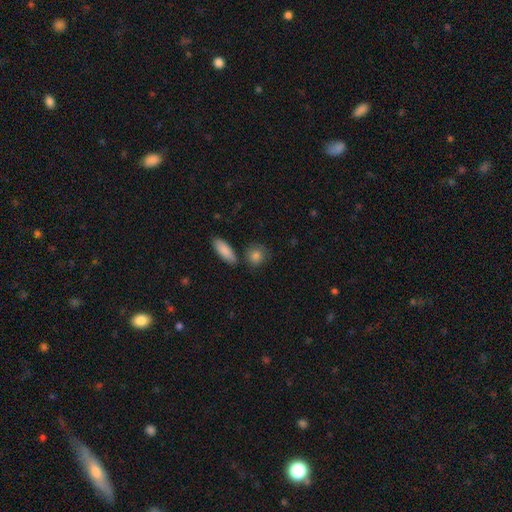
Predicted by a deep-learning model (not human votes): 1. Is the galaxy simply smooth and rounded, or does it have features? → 84% smooth, 8% featured or disk, 7% star or artifact.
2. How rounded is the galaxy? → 69% round, 27% in between, 4% cigar-shaped.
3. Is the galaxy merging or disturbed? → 74% none, 13% minor disturbance, 9% merger, 4% major disturbance.